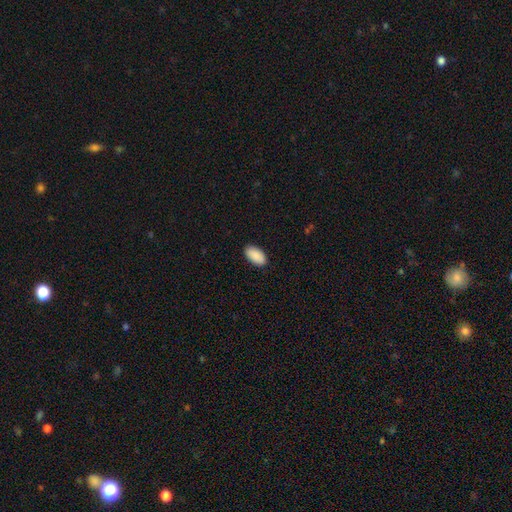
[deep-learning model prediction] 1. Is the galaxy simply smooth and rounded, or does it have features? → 91% smooth, 6% star or artifact, 3% featured or disk.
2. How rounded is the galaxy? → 96% in between, 2% round, 2% cigar-shaped.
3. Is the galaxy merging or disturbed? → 89% none, 8% minor disturbance, 2% major disturbance, 1% merger.